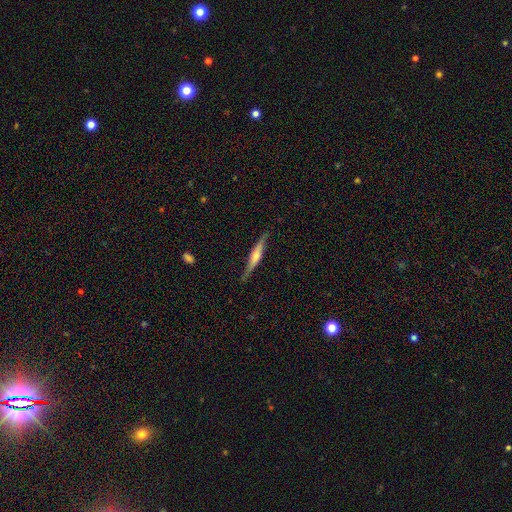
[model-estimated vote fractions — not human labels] A featured or disk galaxy (69%) viewed edge-on (94%) with a rounded central bulge (75%). Merging: none (81%).